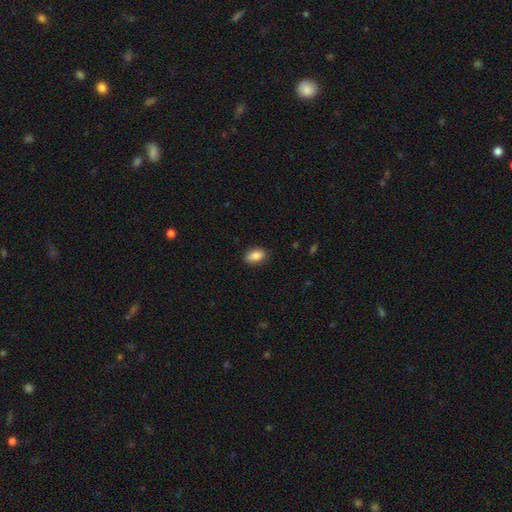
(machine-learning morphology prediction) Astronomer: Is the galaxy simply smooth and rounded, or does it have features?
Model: smooth — 86%.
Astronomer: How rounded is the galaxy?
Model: in between — 90%.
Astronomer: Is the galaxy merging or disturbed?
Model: none — 85%.